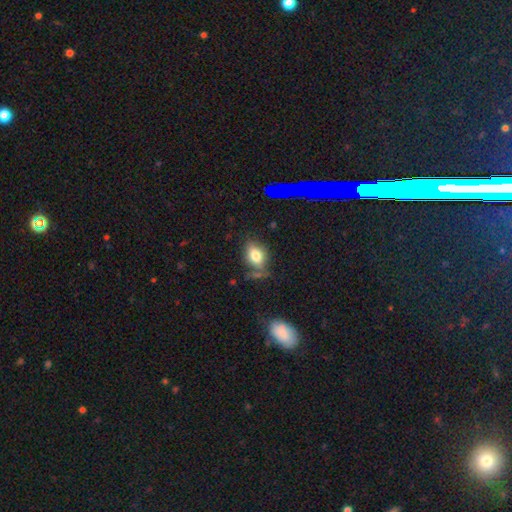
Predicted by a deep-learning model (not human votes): smooth 73%, featured or disk 15%, star or artifact 12%. Down the decision tree: how rounded — in between (79%); merging — none (64%).